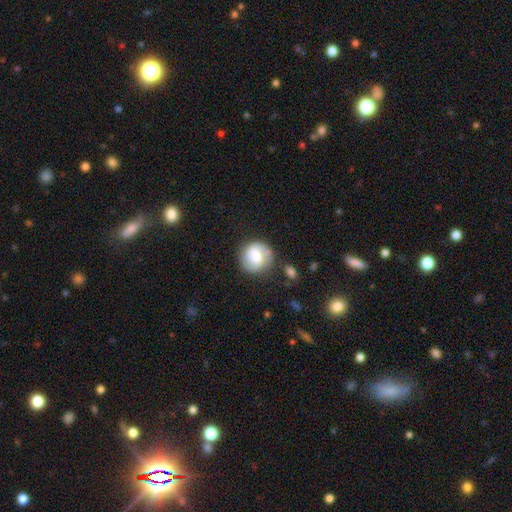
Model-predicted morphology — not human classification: type=featured or disk (47%); merging=none (74%).